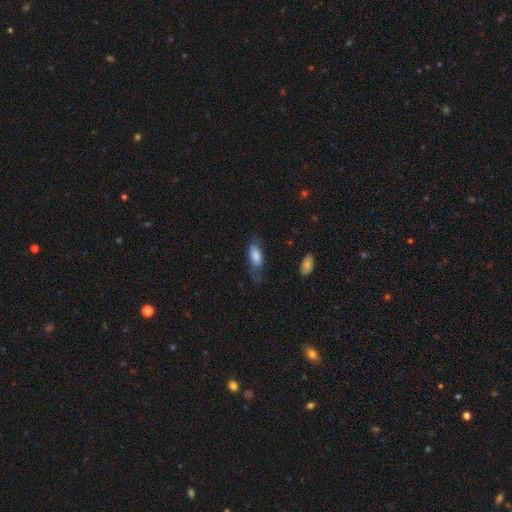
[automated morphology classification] The model was most divided on "merging": none: 53%, minor disturbance: 31%, major disturbance: 14%, merger: 2%. More confident: smooth or featured — smooth (77%); how rounded — in between (74%).